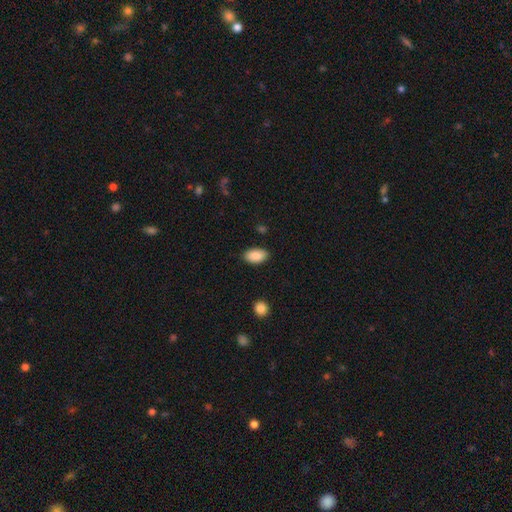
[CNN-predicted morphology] Smooth or featured? smooth (88%)
How rounded? in between (94%)
Merging? none (85%)